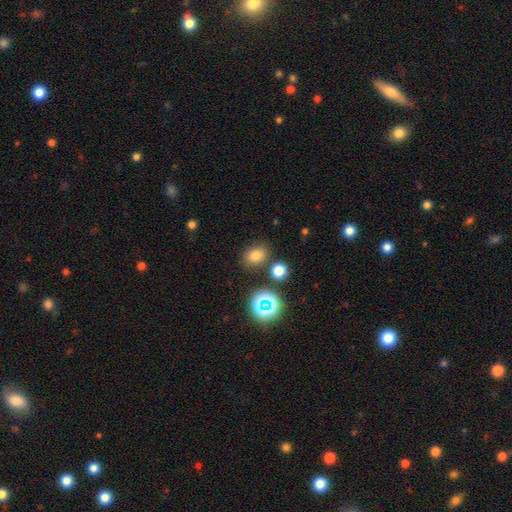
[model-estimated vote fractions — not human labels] Smooth or featured?
  - smooth: 72% *
  - star or artifact: 19%
  - featured or disk: 9%
How rounded?
  - in between: 58% *
  - round: 41%
  - cigar-shaped: 1%
Merging?
  - none: 78% *
  - minor disturbance: 11%
  - merger: 8%
  - major disturbance: 4%